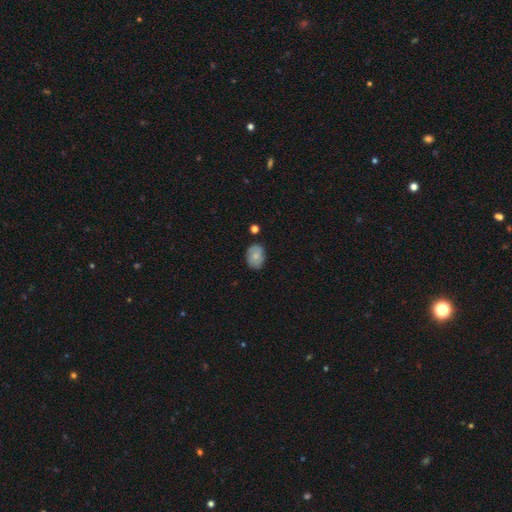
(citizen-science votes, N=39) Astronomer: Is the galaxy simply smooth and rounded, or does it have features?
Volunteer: smooth — 62%.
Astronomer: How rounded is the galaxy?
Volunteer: round — 50%, tied with in between at 50%.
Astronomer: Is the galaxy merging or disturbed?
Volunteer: none — 83%.